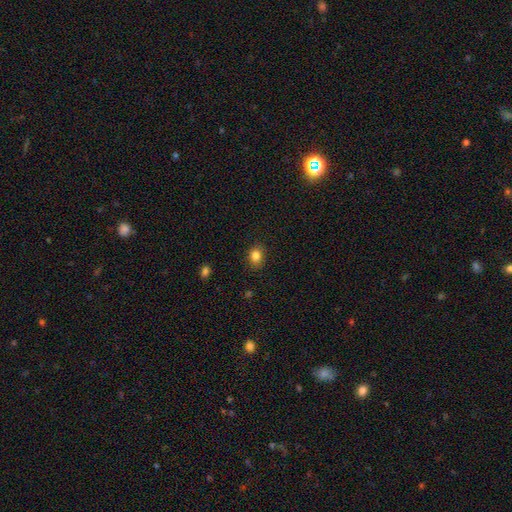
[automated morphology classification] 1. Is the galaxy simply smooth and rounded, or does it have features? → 84% smooth, 11% star or artifact, 6% featured or disk.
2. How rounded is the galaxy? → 51% round, 48% in between, 1% cigar-shaped.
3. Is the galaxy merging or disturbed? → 87% none, 10% minor disturbance, 2% major disturbance, 1% merger.